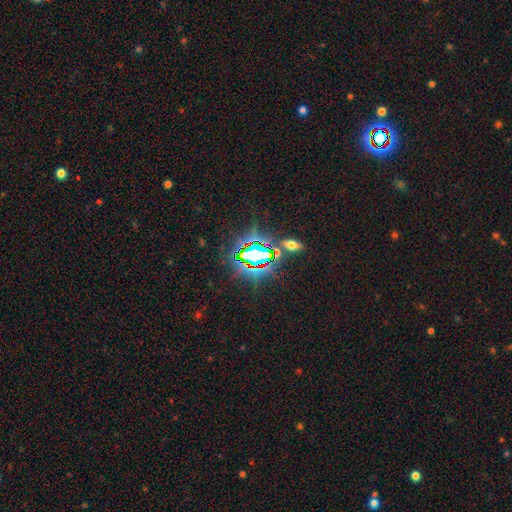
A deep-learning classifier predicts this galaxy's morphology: A star or artifact, not a galaxy (74%).